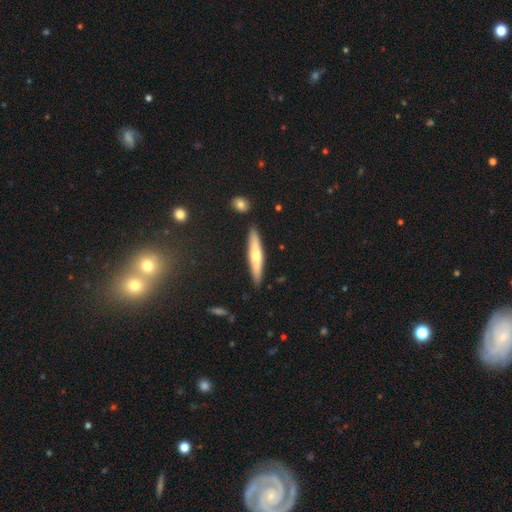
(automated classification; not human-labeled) Overall: smooth (50%; featured or disk 45%). Merging: none (87%).